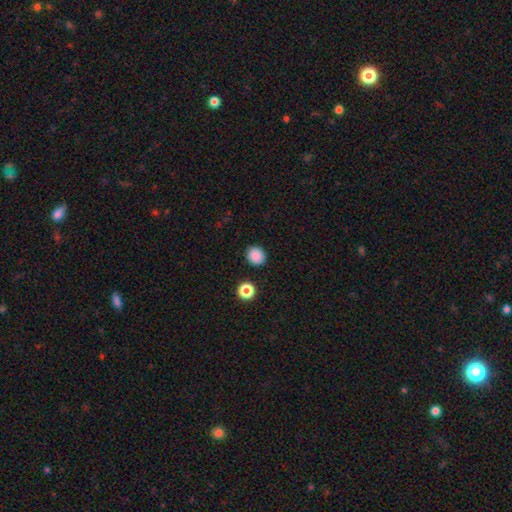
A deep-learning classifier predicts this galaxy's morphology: smooth 87%, star or artifact 10%, featured or disk 3%. Down the decision tree: how rounded — round (85%); merging — none (90%).